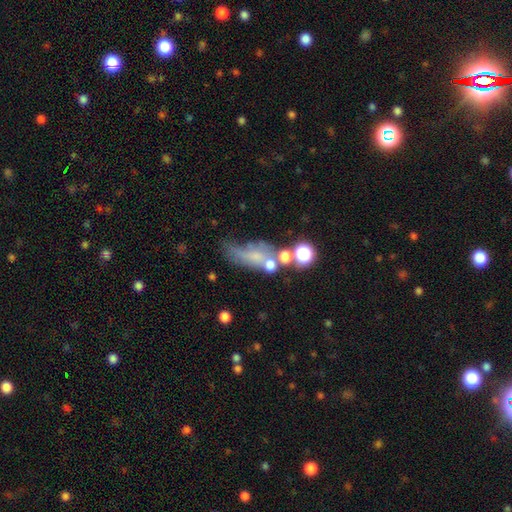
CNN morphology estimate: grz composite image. It shows a smooth galaxy with no disk features (48%). Merging: none (29%).